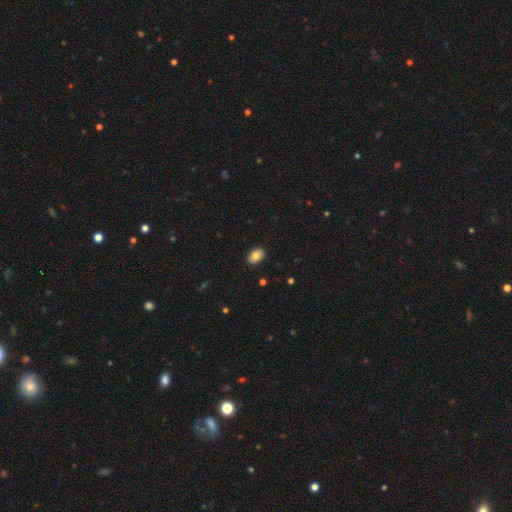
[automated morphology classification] type=smooth (83%); roundness=in between (79%); merging=none (88%).